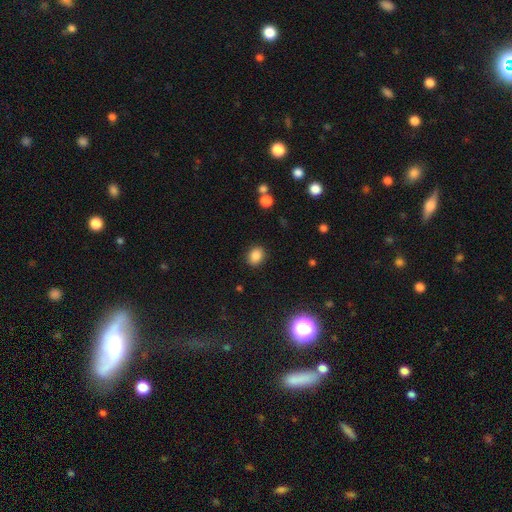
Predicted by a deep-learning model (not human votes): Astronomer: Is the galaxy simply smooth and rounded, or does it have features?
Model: smooth — 86%.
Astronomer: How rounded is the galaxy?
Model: round — 53% (runner-up: in between, 46%).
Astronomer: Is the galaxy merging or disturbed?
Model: none — 89%.